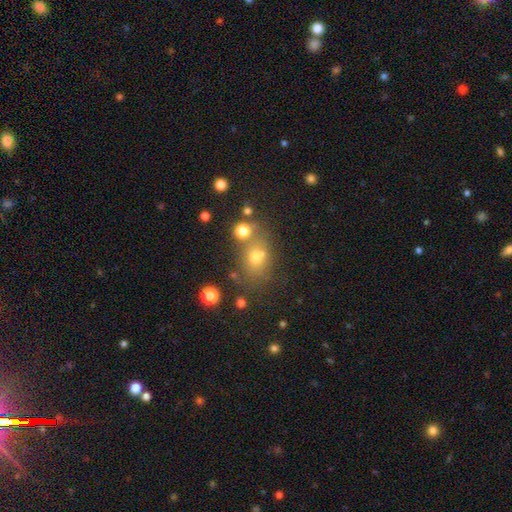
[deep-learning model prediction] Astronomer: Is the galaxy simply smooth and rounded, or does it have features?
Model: smooth — 61%.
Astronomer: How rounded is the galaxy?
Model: round — 49% (runner-up: in between, 48%).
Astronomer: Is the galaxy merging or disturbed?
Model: none — 63%.